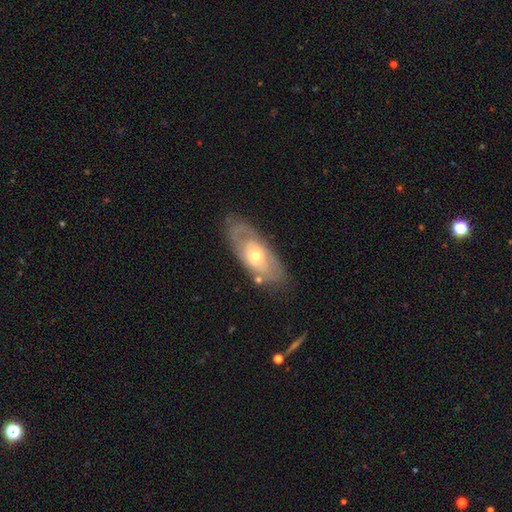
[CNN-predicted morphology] A featured or disk galaxy (63%) with no bar (84%), no spiral arms (53%) and a moderate central bulge (62%).

Vote fractions:
- Smooth or featured? featured or disk: 63% / smooth: 31% / star or artifact: 6%
- Edge-on disk? no: 85% / yes: 15%
- Bar? no: 84% / weak: 13% / strong: 3%
- Spiral arms? no: 53% / yes: 47%
- Bulge size? moderate: 62% / small: 31% / large: 5% / dominant: 1% / none: 1%
- Merging? none: 72% / minor disturbance: 18% / major disturbance: 7% / merger: 3%